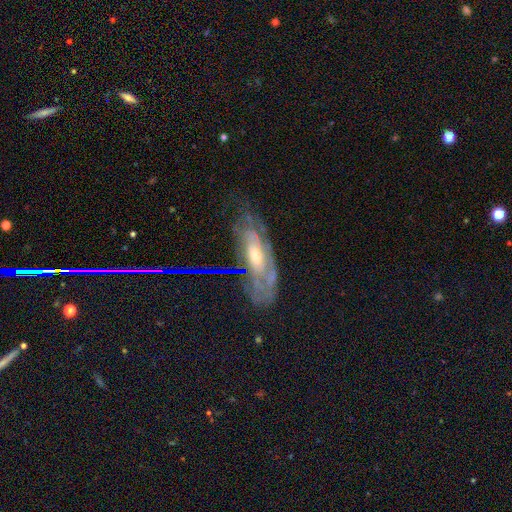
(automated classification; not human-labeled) Smooth or featured? featured or disk (75%)
Edge-on disk? no (82%)
Bar? no (66%)
Spiral arms? yes (76%)
Bulge size? moderate (54%)
Merging? none (55%)